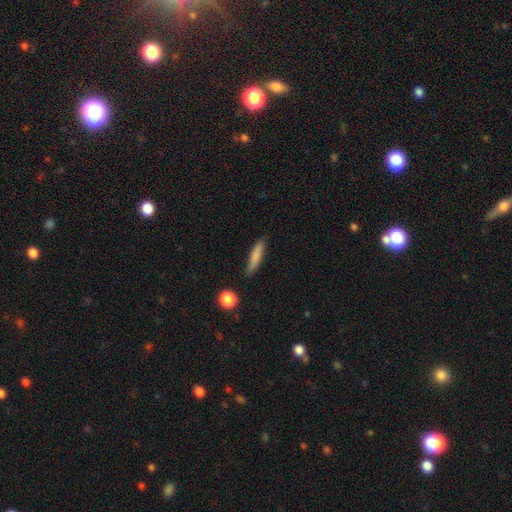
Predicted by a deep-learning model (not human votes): A smooth galaxy with no disk features (79%) that is cigar-shaped (83%).

Vote fractions:
- Smooth or featured? smooth: 79% / featured or disk: 14% / star or artifact: 7%
- How rounded? cigar-shaped: 83% / in between: 15% / round: 2%
- Merging? none: 81% / minor disturbance: 14% / major disturbance: 3% / merger: 2%